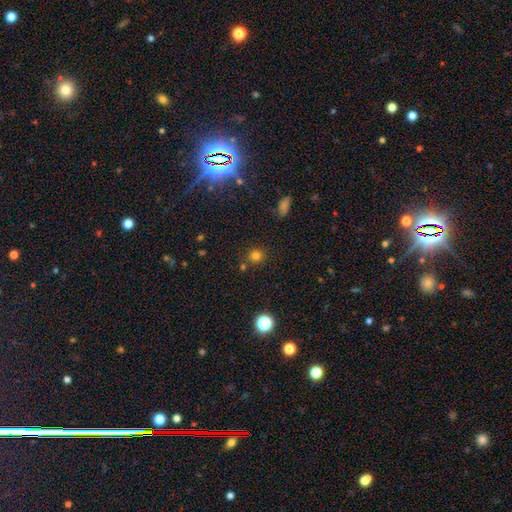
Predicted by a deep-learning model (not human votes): The model was most divided on "smooth or featured": smooth: 74%, star or artifact: 19%, featured or disk: 7%. More confident: how rounded — round (86%); merging — none (77%).